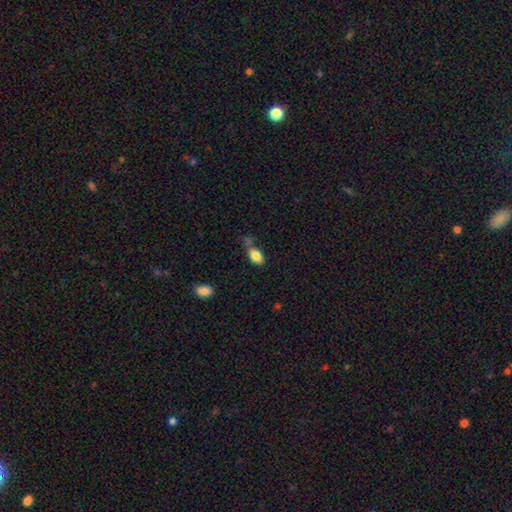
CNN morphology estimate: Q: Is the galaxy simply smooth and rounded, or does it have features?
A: smooth — 84%.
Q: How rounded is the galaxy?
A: in between — 90%.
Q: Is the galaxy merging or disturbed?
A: none — 50%.